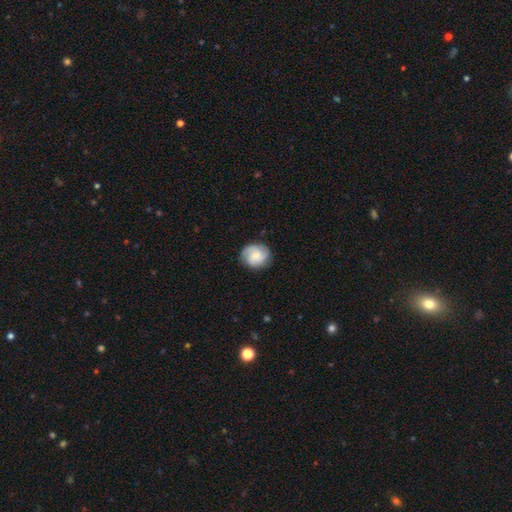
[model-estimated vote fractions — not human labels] Smooth or featured? Predicted: featured or disk (p=0.56). Edge-on disk? Predicted: no (p=0.98). Bar? Predicted: no (p=0.63). Spiral arms? Predicted: yes (p=0.94). Spiral winding? Predicted: tight (p=0.47). Spiral arm count? Predicted: 3 (p=0.47). Bulge size? Predicted: small (p=0.43). Merging? Predicted: none (p=0.83).